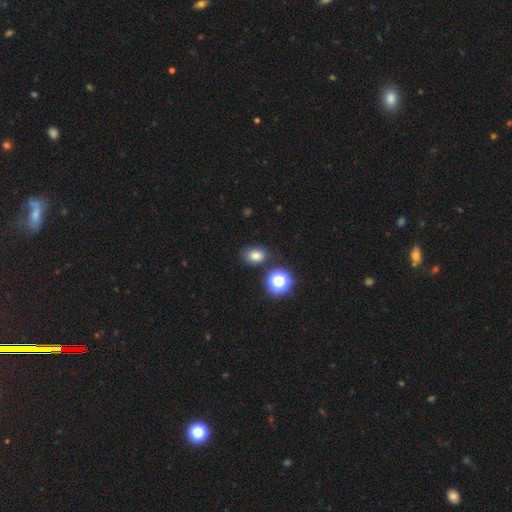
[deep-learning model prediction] smooth-or-featured: smooth: 78% | star or artifact: 15% | featured or disk: 7%
  how-rounded: in between: 66% | round: 33% | cigar-shaped: 1%
  merging: none: 79% | minor disturbance: 13% | merger: 5% | major disturbance: 4%